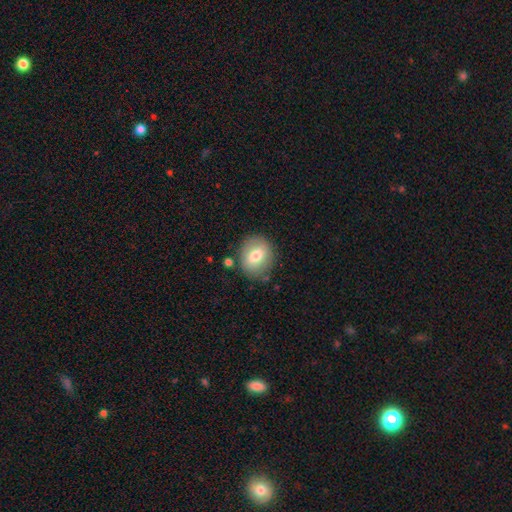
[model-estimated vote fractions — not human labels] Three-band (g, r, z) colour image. It shows a smooth galaxy with no disk features (71%) that is round (68%). Merging: none (81%).